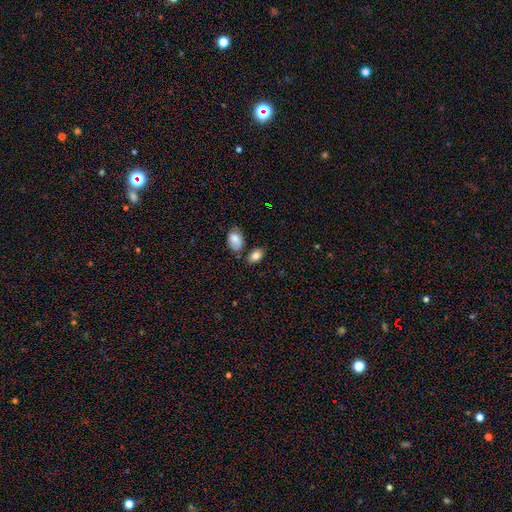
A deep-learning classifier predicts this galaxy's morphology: Smooth or featured: smooth — 83% (featured or disk — 9%)
How rounded: in between — 89% (round — 9%)
Merging: none — 71% (minor disturbance — 16%)